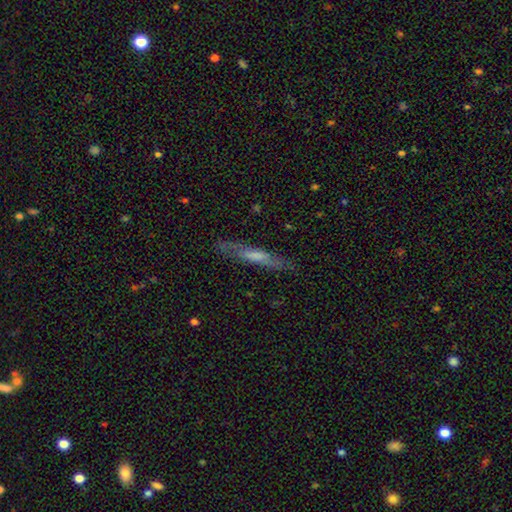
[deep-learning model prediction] featured or disk 56%, smooth 36%, star or artifact 8%. Down the decision tree: edge-on disk — yes (79%); merging — none (81%).